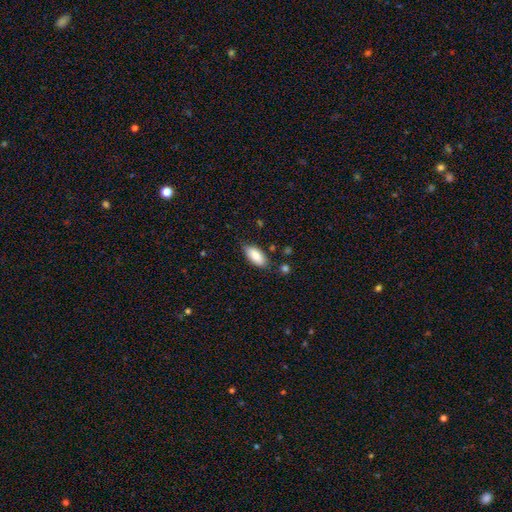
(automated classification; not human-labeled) smooth-or-featured: smooth: 86% | featured or disk: 8% | star or artifact: 6%
  how-rounded: in between: 89% | cigar-shaped: 9% | round: 2%
  merging: none: 79% | minor disturbance: 16% | major disturbance: 3% | merger: 2%